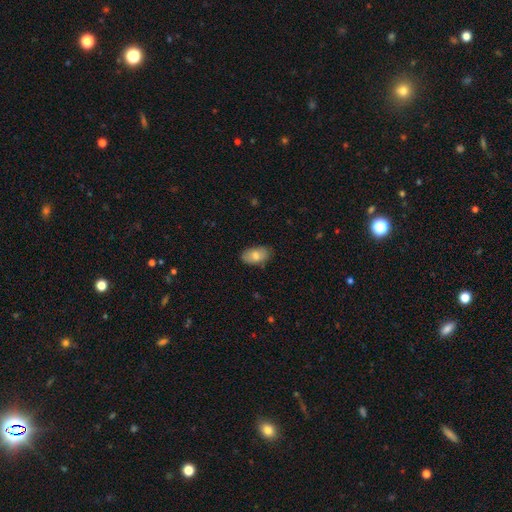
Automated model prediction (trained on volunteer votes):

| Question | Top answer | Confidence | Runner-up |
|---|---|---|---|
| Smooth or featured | smooth | 77% | featured or disk (16%) |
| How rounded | in between | 93% | round (5%) |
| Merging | none | 81% | minor disturbance (15%) |